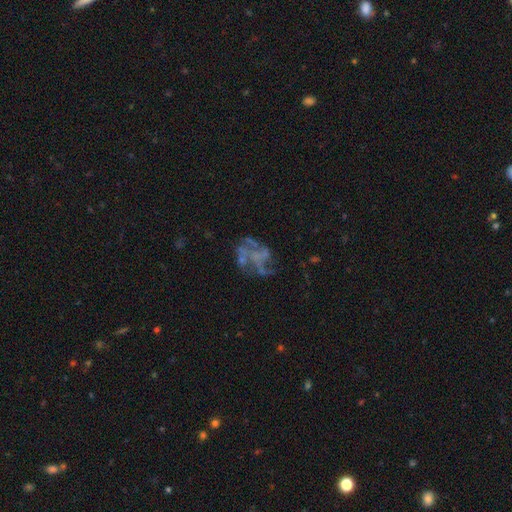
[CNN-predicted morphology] Smooth or featured? Predicted: featured or disk (p=0.68). Edge-on disk? Predicted: no (p=0.98). Bar? Predicted: no (p=0.82). Spiral arms? Predicted: no (p=0.57). Bulge size? Predicted: none (p=0.77). Merging? Predicted: none (p=0.48).